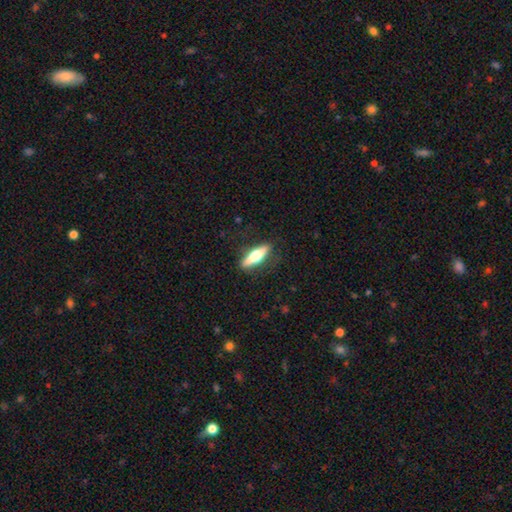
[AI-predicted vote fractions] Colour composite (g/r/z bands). It shows a smooth galaxy with no disk features (49%). Merging: none (85%).